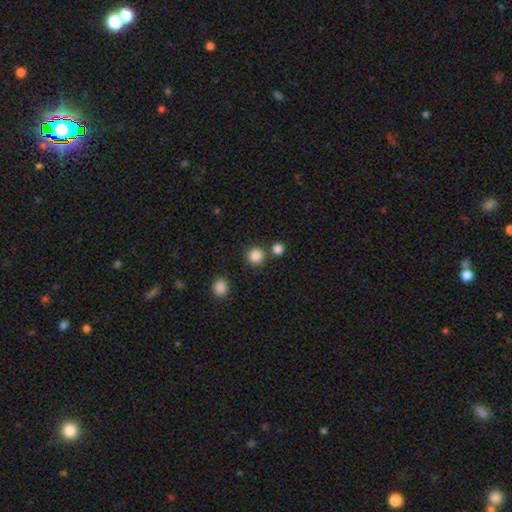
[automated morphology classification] Overall: smooth (85%). How rounded: round (92%). Merging: none (80%).